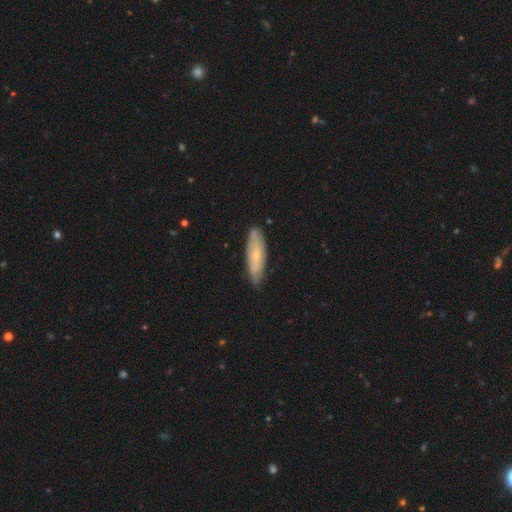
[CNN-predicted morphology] A smooth galaxy with no disk features (47%, tied with featured or disk).

Vote fractions:
- Smooth or featured? smooth: 47% (tied) / featured or disk: 47% (tied) / star or artifact: 6%
- Merging? none: 81% / minor disturbance: 16% / major disturbance: 2% / merger: 1%